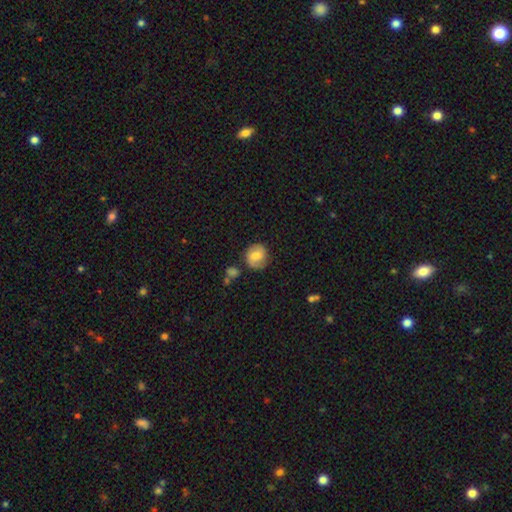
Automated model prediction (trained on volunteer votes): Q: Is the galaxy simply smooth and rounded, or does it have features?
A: smooth — 46%, tied with featured or disk.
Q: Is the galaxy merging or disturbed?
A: none — 70%.